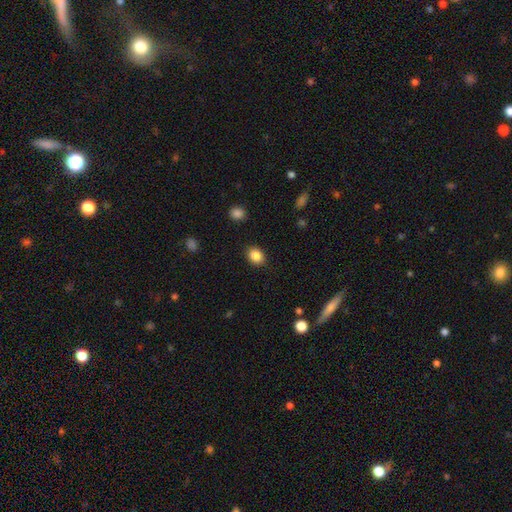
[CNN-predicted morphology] The model was most divided on "how rounded": in between: 54%, round: 45%, cigar-shaped: 1%. More confident: merging — none (88%); smooth or featured — smooth (86%).